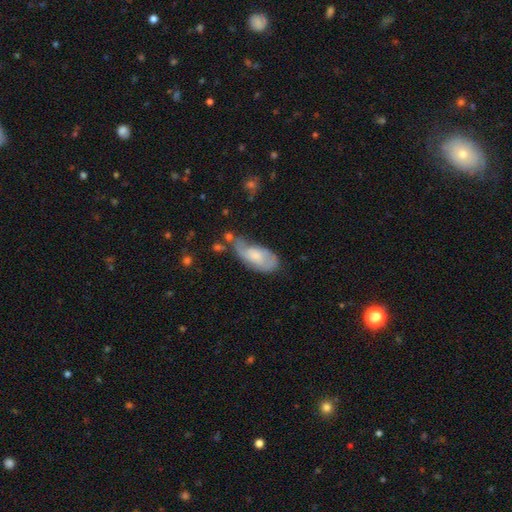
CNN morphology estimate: smooth 49%, featured or disk 44%, star or artifact 7%. Down the decision tree: merging — minor disturbance (36%).